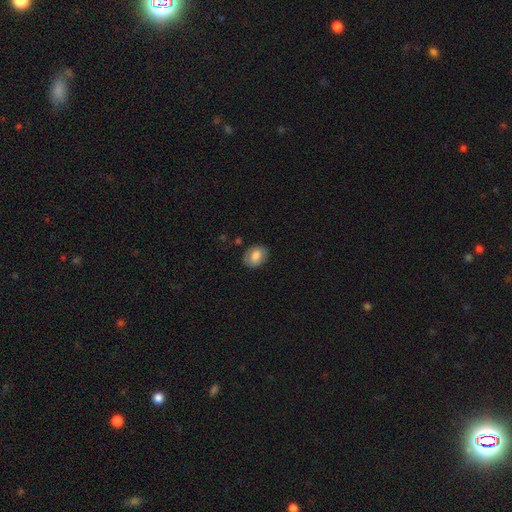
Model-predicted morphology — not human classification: Overall: smooth (76%). How rounded: in between (68%; round 31%). Merging: none (80%).